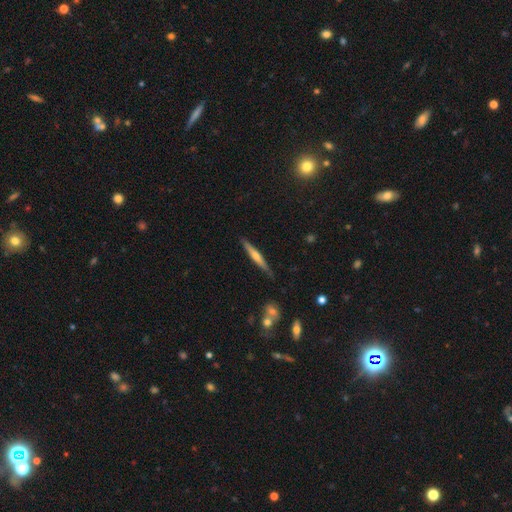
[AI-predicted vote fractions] A featured or disk galaxy (60%) viewed edge-on (97%) with a rounded central bulge (74%). Merging: none (88%).